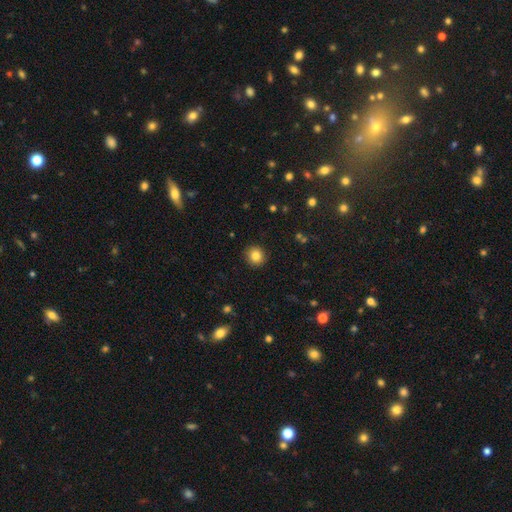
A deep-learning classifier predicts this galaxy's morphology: smooth 84%, star or artifact 10%, featured or disk 6%. Down the decision tree: how rounded — round (89%); merging — none (91%).